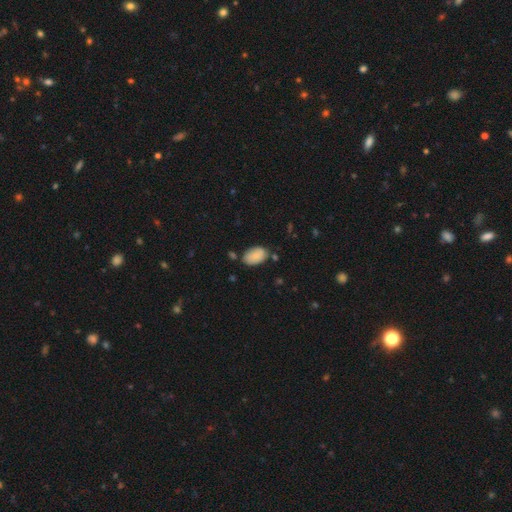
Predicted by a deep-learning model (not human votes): A smooth galaxy with no disk features (84%) that is in between round and cigar-shaped (93%).

Vote fractions:
- Smooth or featured? smooth: 84% / featured or disk: 9% / star or artifact: 7%
- How rounded? in between: 93% / round: 5% / cigar-shaped: 1%
- Merging? none: 72% / minor disturbance: 18% / merger: 6% / major disturbance: 4%